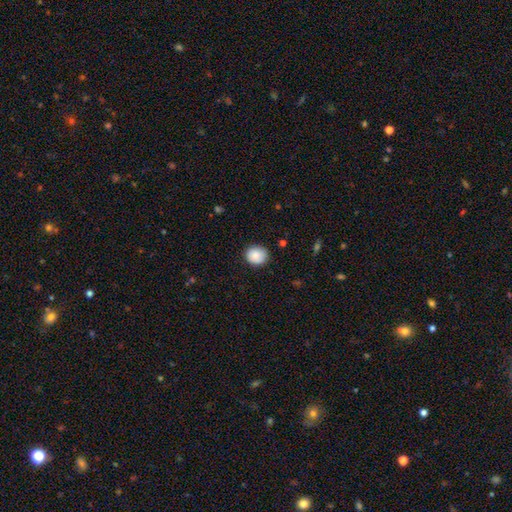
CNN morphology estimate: The model was most divided on "how rounded": round: 78%, in between: 21%, cigar-shaped: 1%. More confident: merging — none (85%); smooth or featured — smooth (85%).